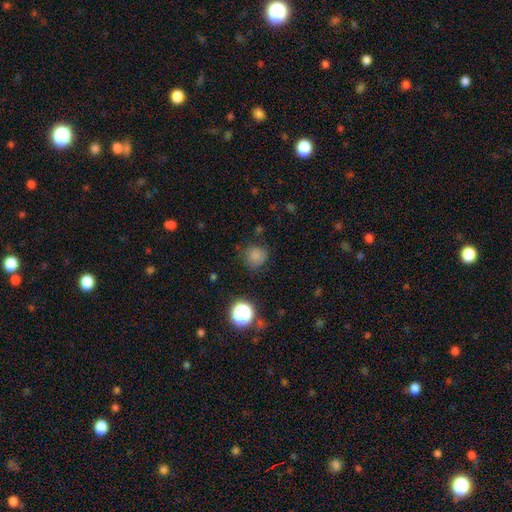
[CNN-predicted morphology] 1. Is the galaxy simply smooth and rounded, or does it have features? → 78% smooth, 16% star or artifact, 6% featured or disk.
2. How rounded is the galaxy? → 90% round, 9% in between, 1% cigar-shaped.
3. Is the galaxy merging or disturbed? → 78% none, 15% minor disturbance, 4% major disturbance, 2% merger.